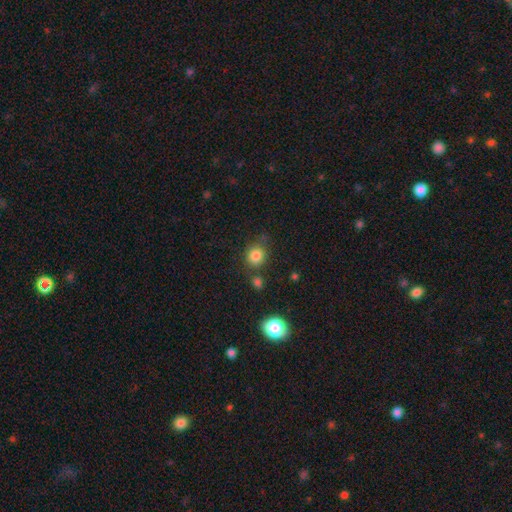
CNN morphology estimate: Q: Smooth or featured?
A: smooth (83%); runner-up: star or artifact (12%)
Q: How rounded?
A: round (79%); runner-up: in between (20%)
Q: Merging?
A: none (73%); runner-up: minor disturbance (13%)